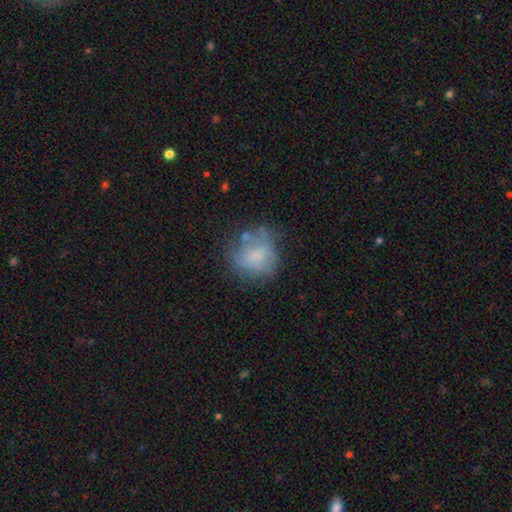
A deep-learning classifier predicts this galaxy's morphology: Q: Smooth or featured?
A: smooth (58%); runner-up: featured or disk (32%)
Q: How rounded?
A: round (71%); runner-up: in between (28%)
Q: Merging?
A: none (48%); runner-up: minor disturbance (27%)